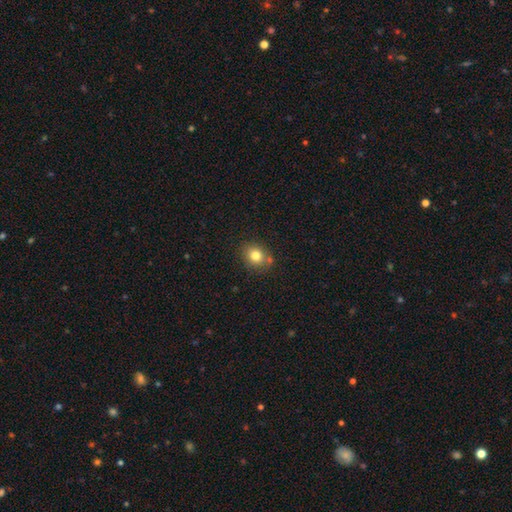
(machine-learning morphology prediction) Smooth or featured: smooth — 80% (star or artifact — 11%)
How rounded: round — 66% (in between — 33%)
Merging: none — 77% (minor disturbance — 13%)